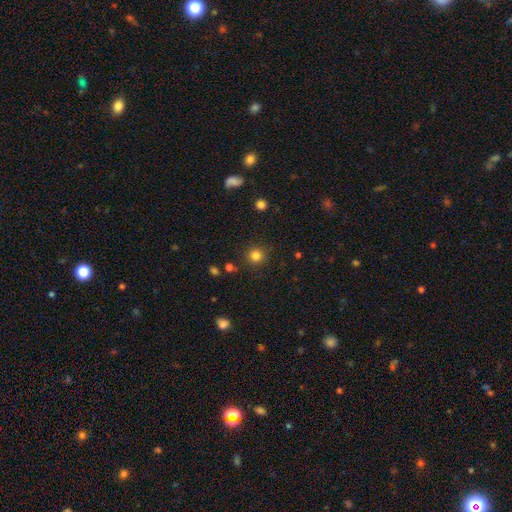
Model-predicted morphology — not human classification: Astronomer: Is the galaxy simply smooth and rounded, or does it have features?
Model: smooth — 82%.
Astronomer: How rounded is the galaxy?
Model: round — 93%.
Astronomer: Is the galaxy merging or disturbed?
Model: none — 88%.